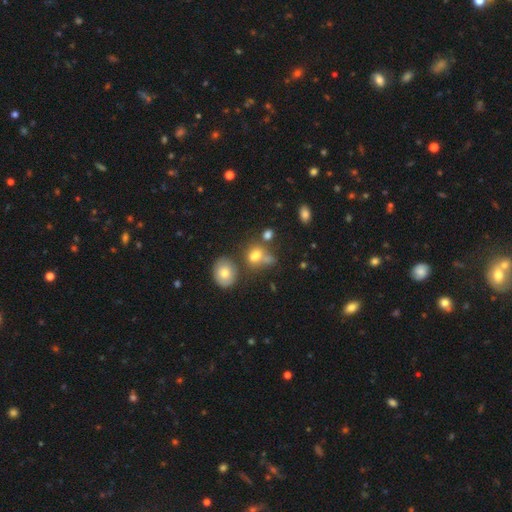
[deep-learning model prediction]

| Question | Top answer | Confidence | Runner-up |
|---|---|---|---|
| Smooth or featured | smooth | 69% | star or artifact (17%) |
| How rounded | round | 50% | in between (48%) |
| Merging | none | 44% | merger (28%) |